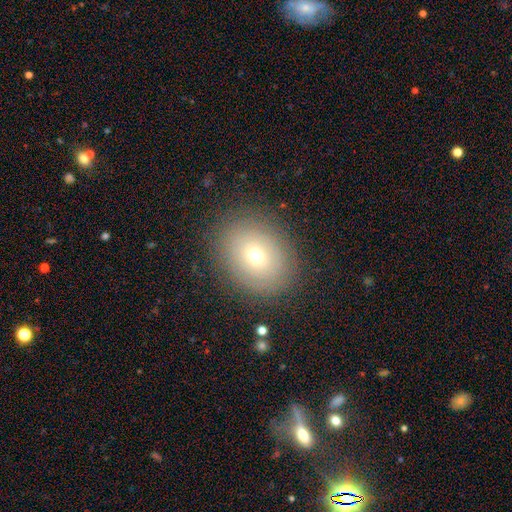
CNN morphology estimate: This appears to be a smooth galaxy with no disk features (65%) that is in between round and cigar-shaped (55%). Merging: none (84%).